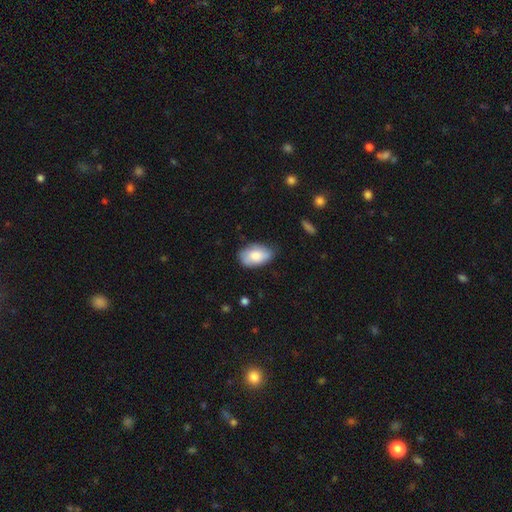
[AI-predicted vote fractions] This appears to be a smooth galaxy with no disk features (81%) that is in between round and cigar-shaped (93%). Merging: none (66%).